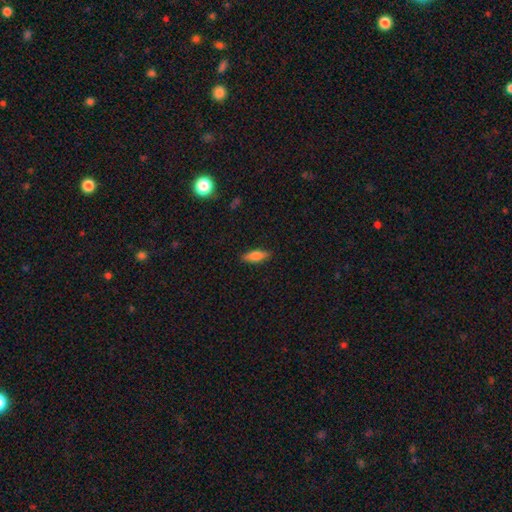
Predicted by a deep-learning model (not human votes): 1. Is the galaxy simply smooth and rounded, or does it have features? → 73% smooth, 20% featured or disk, 7% star or artifact.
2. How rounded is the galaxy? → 60% in between, 37% cigar-shaped, 3% round.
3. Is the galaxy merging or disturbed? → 87% none, 10% minor disturbance, 2% major disturbance, 1% merger.